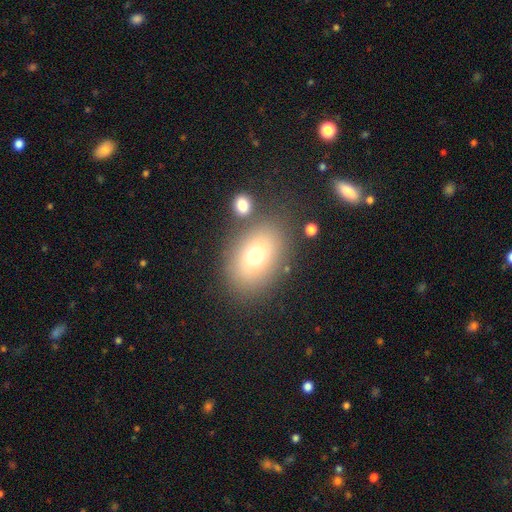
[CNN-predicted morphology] smooth 71%, featured or disk 15%, star or artifact 13%. Down the decision tree: how rounded — in between (73%); merging — none (75%).